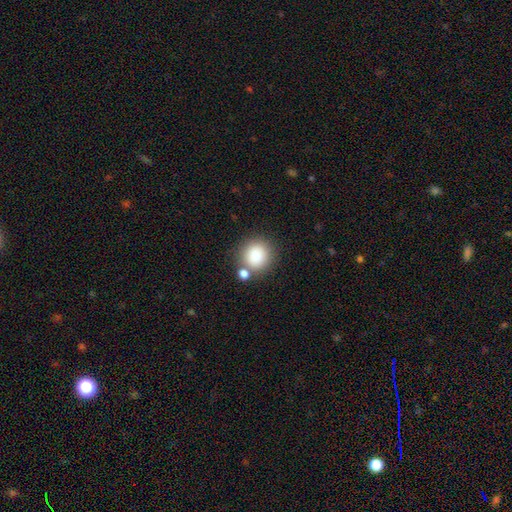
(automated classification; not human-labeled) A smooth galaxy with no disk features (85%) that is round (87%).

Vote fractions:
- Smooth or featured? smooth: 85% / star or artifact: 9% / featured or disk: 5%
- How rounded? round: 87% / in between: 12% / cigar-shaped: 1%
- Merging? none: 70% / merger: 16% / minor disturbance: 10% / major disturbance: 4%